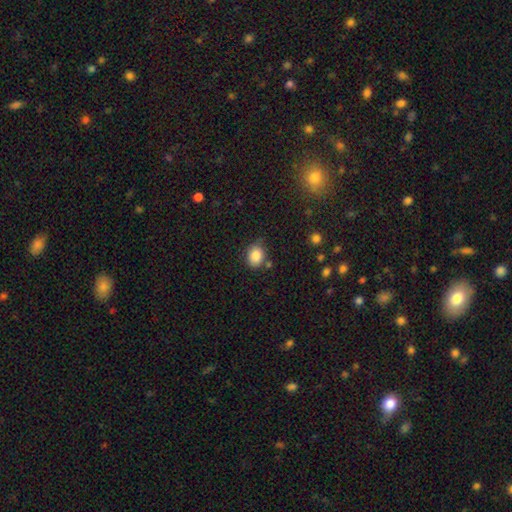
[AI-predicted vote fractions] This appears to be a smooth galaxy with no disk features (85%) that is in between round and cigar-shaped (52%). Merging: none (69%).